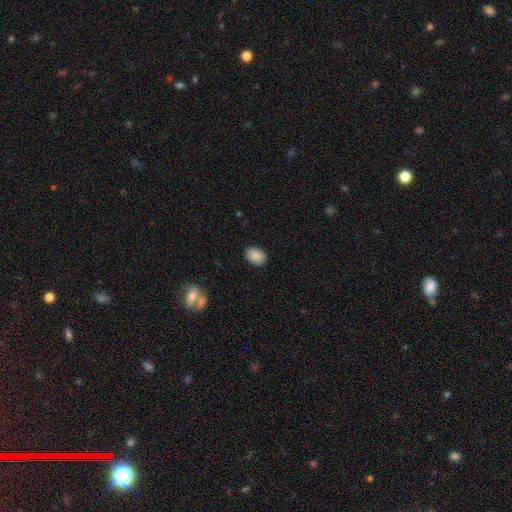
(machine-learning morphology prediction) Overall: smooth (89%). How rounded: in between (81%). Merging: none (88%).